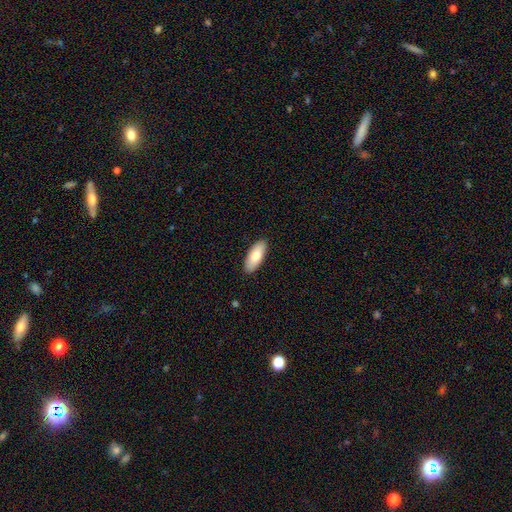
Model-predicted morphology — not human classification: smooth_or_featured: smooth (p=0.78) [alt: featured or disk p=0.16]
how_rounded: in between (p=0.83) [alt: cigar-shaped p=0.15]
merging: none (p=0.90) [alt: minor disturbance p=0.07]